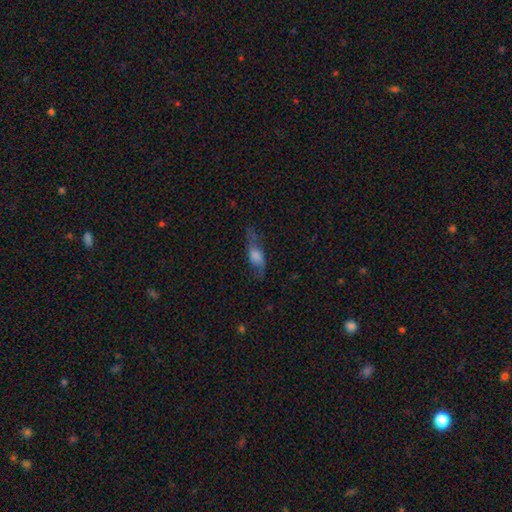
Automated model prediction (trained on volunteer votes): Overall: smooth (46%; featured or disk 43%). Merging: none (61%; minor disturbance 23%).